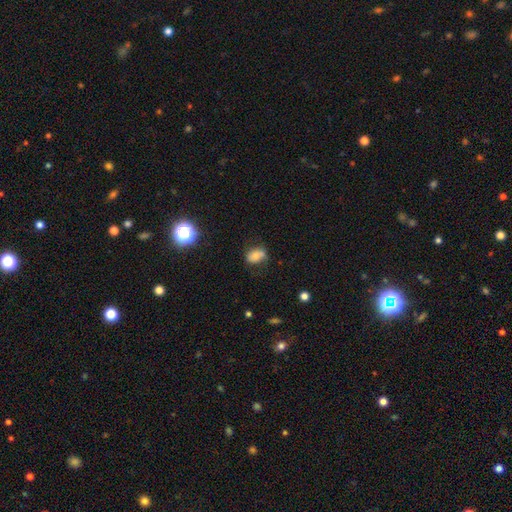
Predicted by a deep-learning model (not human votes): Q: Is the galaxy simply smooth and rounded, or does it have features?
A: smooth — 63%.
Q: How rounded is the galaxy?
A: in between — 70%.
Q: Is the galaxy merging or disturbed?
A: none — 57%.